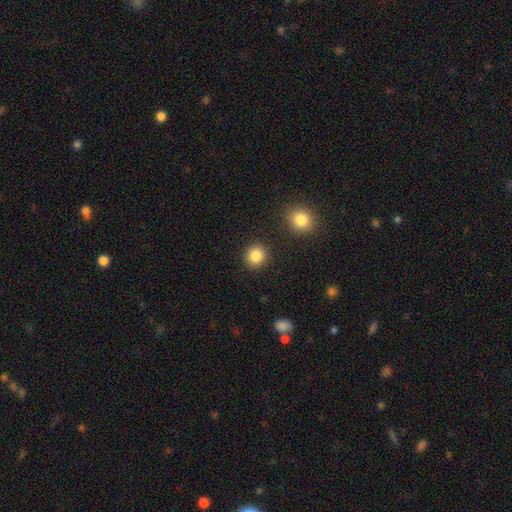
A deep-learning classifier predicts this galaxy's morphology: smooth_or_featured: smooth (p=0.86) [alt: star or artifact p=0.09]
how_rounded: round (p=0.85) [alt: in between p=0.14]
merging: none (p=0.89) [alt: minor disturbance p=0.06]